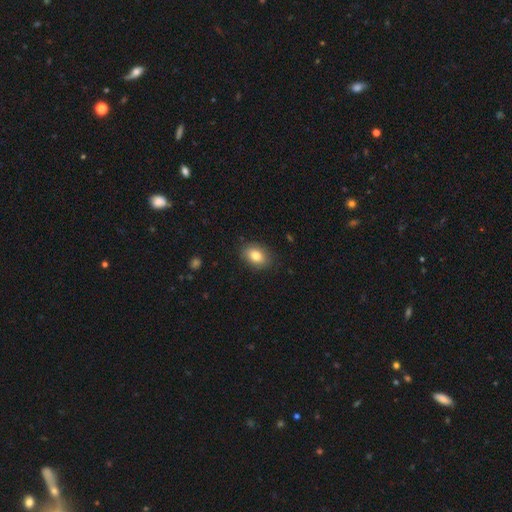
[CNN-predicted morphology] This is clearly a smooth galaxy (82%). How rounded: likely in between (79%). Merging: clearly none (85%).